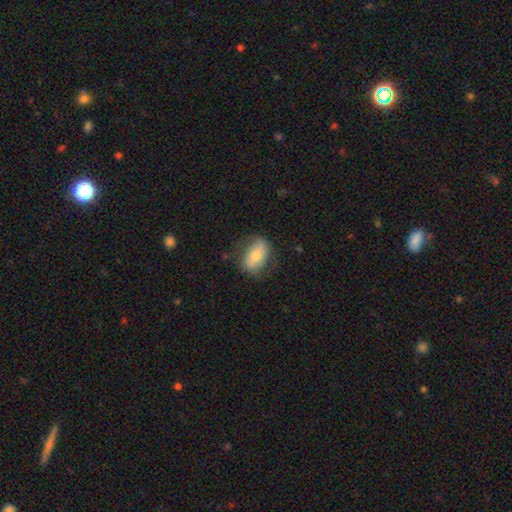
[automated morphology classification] smooth_or_featured: smooth (p=0.66) [alt: featured or disk p=0.27]
how_rounded: in between (p=0.85) [alt: round p=0.13]
merging: none (p=0.72) [alt: minor disturbance p=0.19]